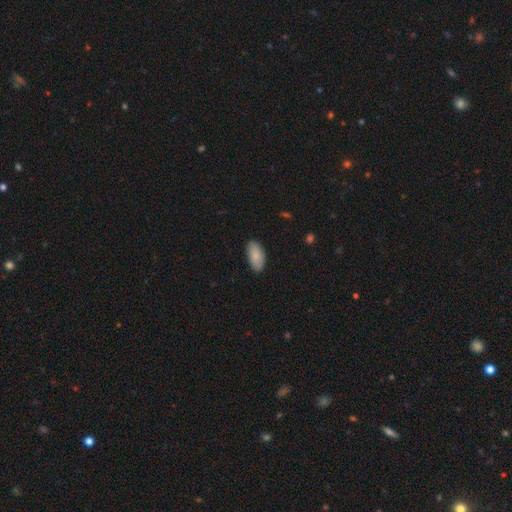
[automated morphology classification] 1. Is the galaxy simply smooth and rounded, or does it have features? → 86% smooth, 8% featured or disk, 6% star or artifact.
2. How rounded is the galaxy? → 93% in between, 5% cigar-shaped, 2% round.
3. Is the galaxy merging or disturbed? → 86% none, 11% minor disturbance, 2% major disturbance, 1% merger.